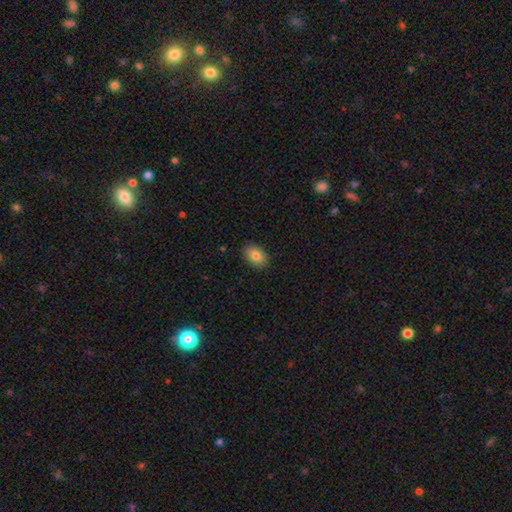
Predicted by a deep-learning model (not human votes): Smooth or featured?
  - smooth: 84% *
  - featured or disk: 8%
  - star or artifact: 7%
How rounded?
  - in between: 85% *
  - round: 14%
  - cigar-shaped: 1%
Merging?
  - none: 88% *
  - minor disturbance: 9%
  - major disturbance: 2%
  - merger: 1%